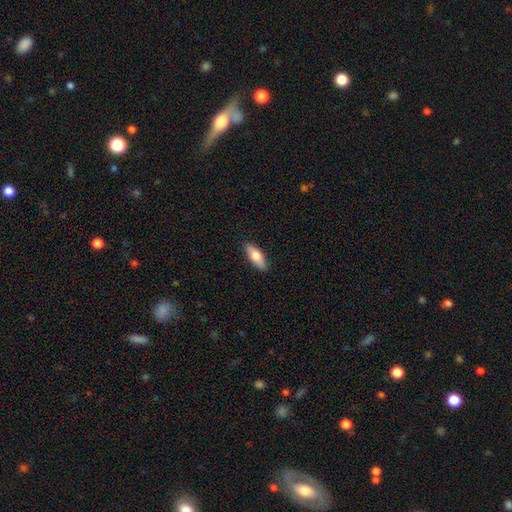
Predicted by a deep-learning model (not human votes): Overall: smooth (77%). How rounded: in between (71%). Merging: none (88%).